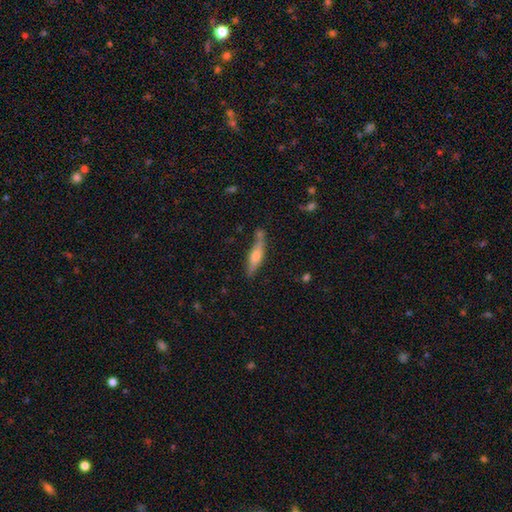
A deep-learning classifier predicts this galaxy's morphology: Q: Smooth or featured?
A: featured or disk (52%); runner-up: smooth (41%)
Q: Edge-on disk?
A: yes (92%); runner-up: no (8%)
Q: Merging?
A: none (72%); runner-up: minor disturbance (18%)